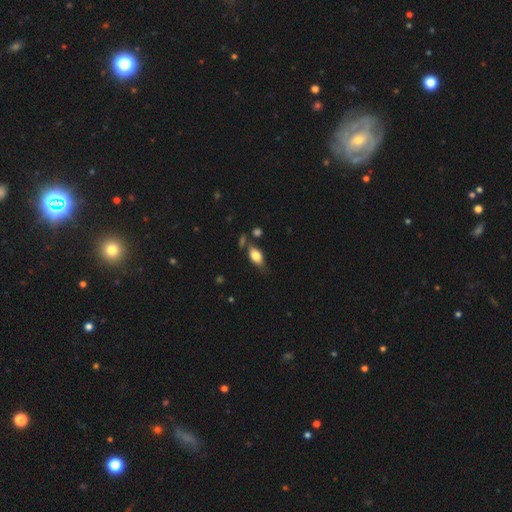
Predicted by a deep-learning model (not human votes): Smooth or featured: smooth — 76% (featured or disk — 17%)
How rounded: in between — 87% (cigar-shaped — 7%)
Merging: none — 61% (minor disturbance — 21%)